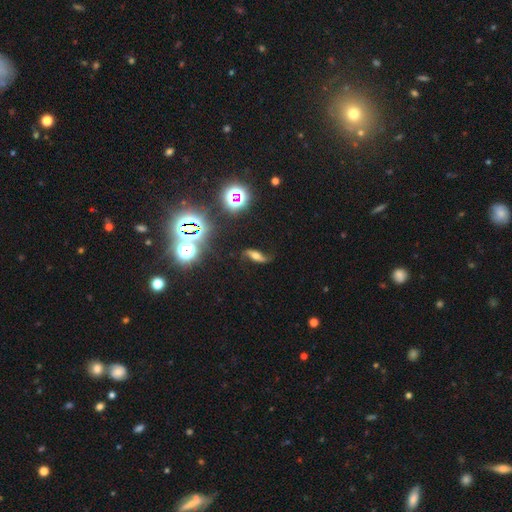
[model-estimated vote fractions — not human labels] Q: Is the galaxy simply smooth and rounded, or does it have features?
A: featured or disk — 57%.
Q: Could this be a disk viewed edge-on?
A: no — 72%.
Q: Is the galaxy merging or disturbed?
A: none — 72%.